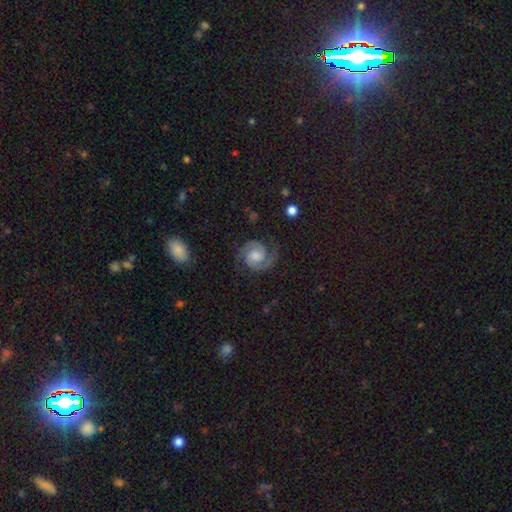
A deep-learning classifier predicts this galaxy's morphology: smooth_or_featured: featured or disk (p=0.87) [alt: smooth p=0.07]
disk_edge_on: no (p=0.98) [alt: yes p=0.02]
bar: no (p=0.58) [alt: weak p=0.35]
has_spiral_arms: yes (p=0.98) [alt: no p=0.02]
spiral_winding: tight (p=0.49) [alt: medium p=0.44]
spiral_arm_count: 2 (p=0.92) [alt: can't tell p=0.02]
bulge_size: moderate (p=0.41) [alt: small p=0.22]
merging: none (p=0.78) [alt: minor disturbance p=0.14]